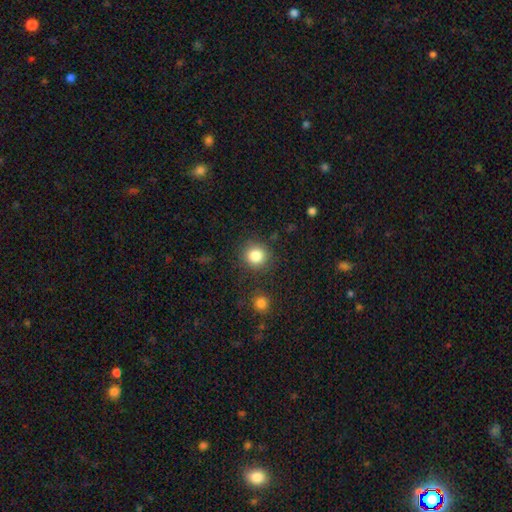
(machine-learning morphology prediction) Smooth or featured? Predicted: smooth (p=0.84). How rounded? Predicted: round (p=0.90). Merging? Predicted: none (p=0.85).